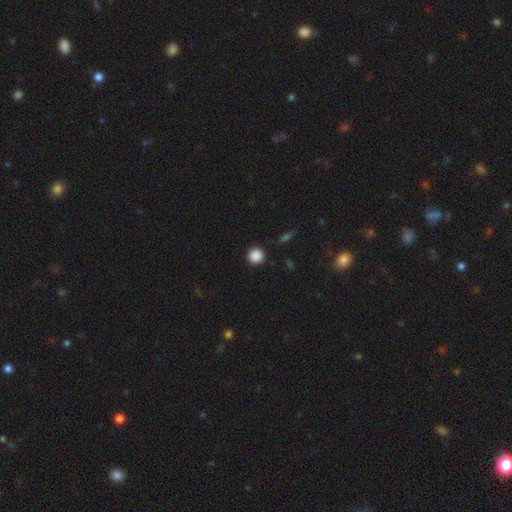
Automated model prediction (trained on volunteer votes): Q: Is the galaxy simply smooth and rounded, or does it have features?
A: smooth — 87%.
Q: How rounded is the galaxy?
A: round — 95%.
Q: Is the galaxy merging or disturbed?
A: none — 90%.